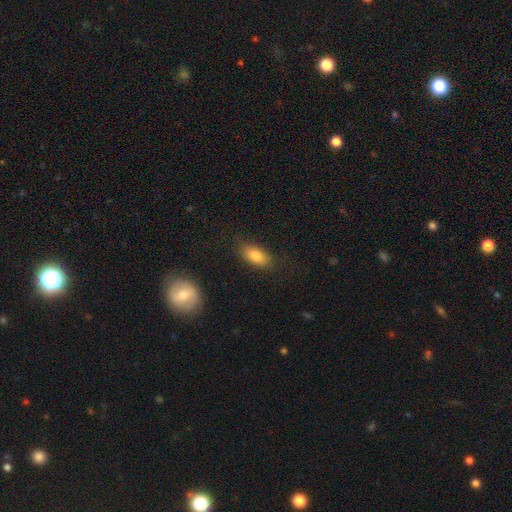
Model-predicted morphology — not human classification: Smooth or featured: smooth — 81% (featured or disk — 11%)
How rounded: in between — 88% (cigar-shaped — 7%)
Merging: none — 80% (minor disturbance — 14%)